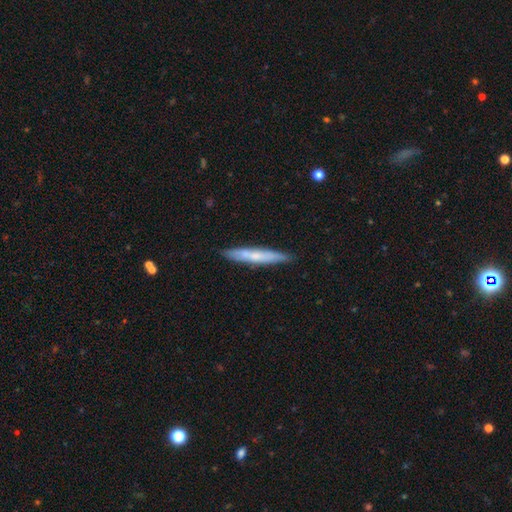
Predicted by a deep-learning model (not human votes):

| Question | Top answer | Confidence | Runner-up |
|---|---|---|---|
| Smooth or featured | smooth | 58% | featured or disk (36%) |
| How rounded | cigar-shaped | 94% | in between (5%) |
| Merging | none | 86% | minor disturbance (10%) |